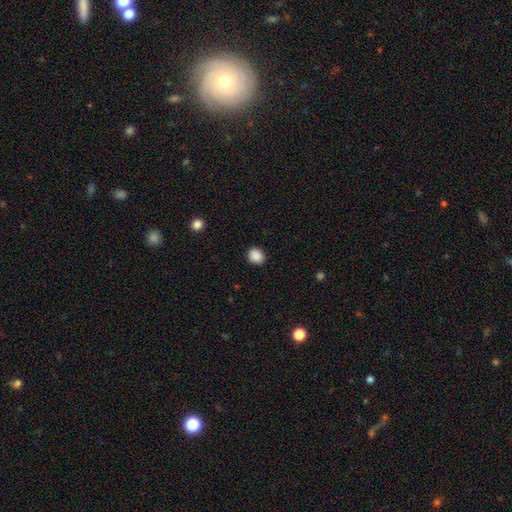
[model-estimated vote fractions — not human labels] Smooth or featured? smooth (89%)
How rounded? round (81%)
Merging? none (90%)